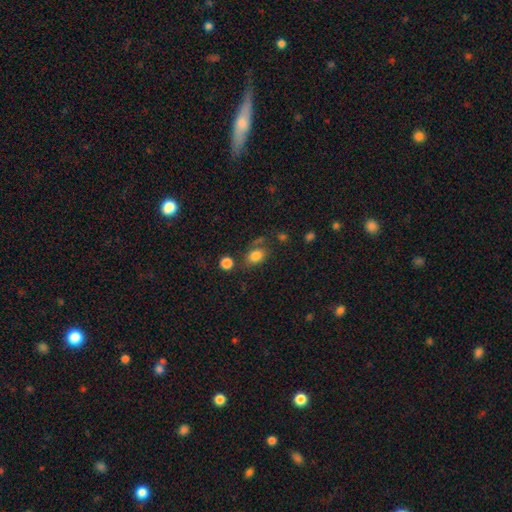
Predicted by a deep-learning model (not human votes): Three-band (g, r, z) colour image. It shows a smooth galaxy with no disk features (81%) that is in between round and cigar-shaped (70%). Merging: none (65%).